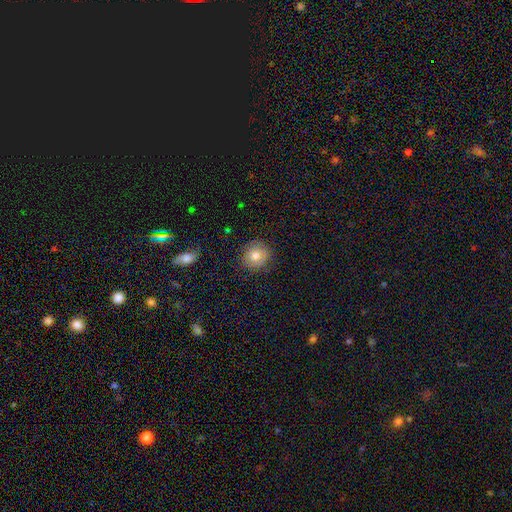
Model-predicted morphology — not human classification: This is likely a smooth galaxy (72%). How rounded: clearly round (84%). Merging: clearly none (84%).